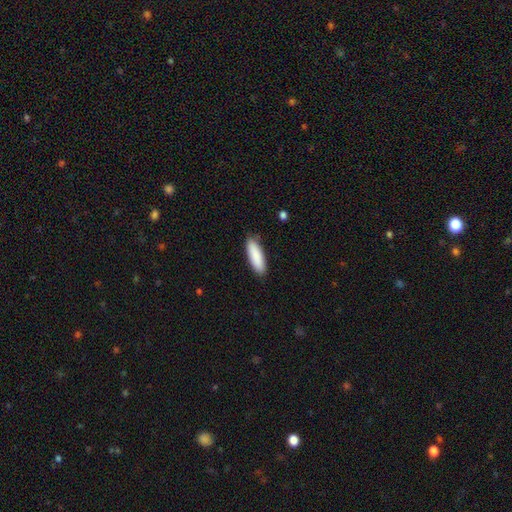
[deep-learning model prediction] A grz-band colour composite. It shows a smooth galaxy with no disk features (88%) that is in between round and cigar-shaped (51%). Merging: none (87%).